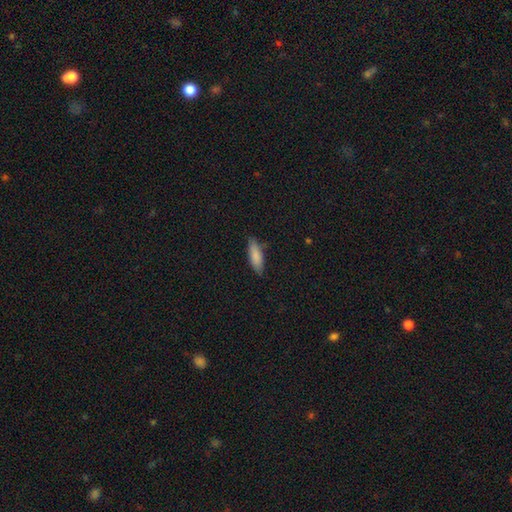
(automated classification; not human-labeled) Q: Smooth or featured?
A: smooth (85%); runner-up: featured or disk (9%)
Q: How rounded?
A: in between (62%); runner-up: cigar-shaped (36%)
Q: Merging?
A: none (80%); runner-up: minor disturbance (16%)